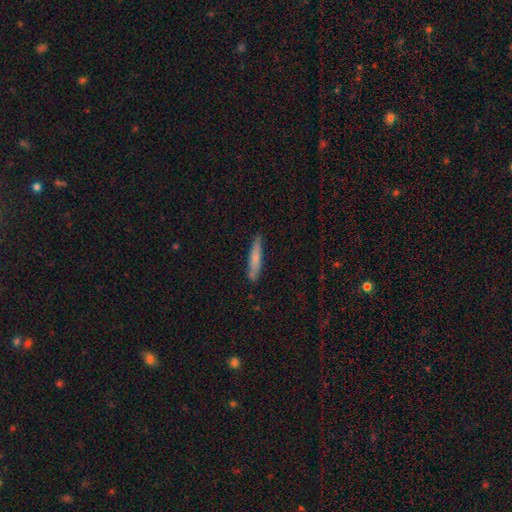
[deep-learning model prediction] Smooth or featured? smooth (72%)
How rounded? cigar-shaped (92%)
Merging? none (80%)